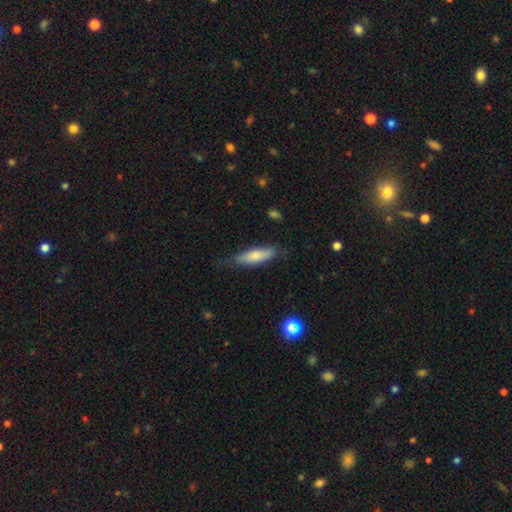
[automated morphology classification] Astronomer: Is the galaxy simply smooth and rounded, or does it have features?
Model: smooth — 70%.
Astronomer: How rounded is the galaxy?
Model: cigar-shaped — 60% (runner-up: in between, 38%).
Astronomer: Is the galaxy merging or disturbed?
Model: none — 67%.